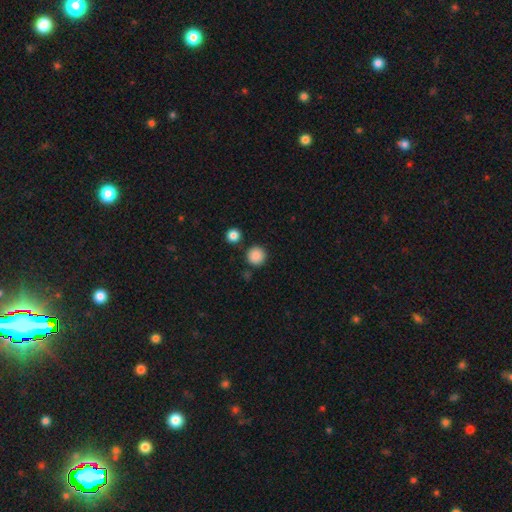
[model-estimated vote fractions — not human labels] smooth 88%, star or artifact 9%, featured or disk 3%. Down the decision tree: how rounded — round (95%); merging — none (86%).